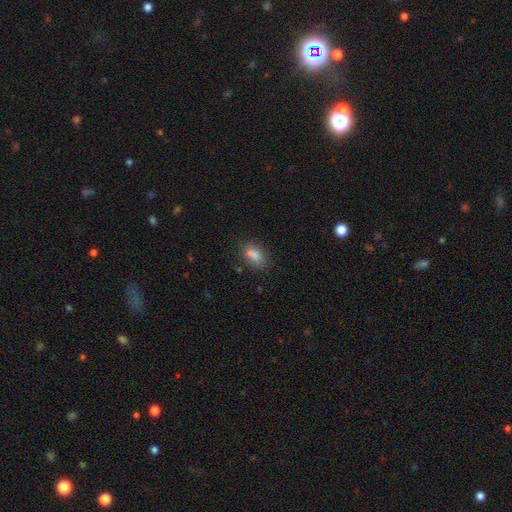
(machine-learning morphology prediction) This appears to be a smooth galaxy with no disk features (81%) that is in between round and cigar-shaped (82%). Merging: none (65%).